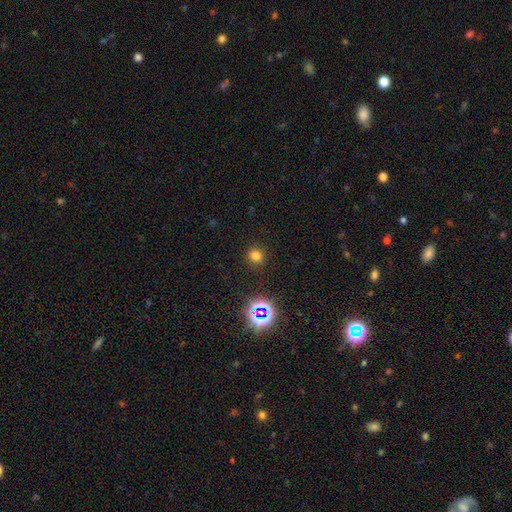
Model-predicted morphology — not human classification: This appears to be a smooth galaxy with no disk features (73%) that is round (90%). Merging: none (90%).